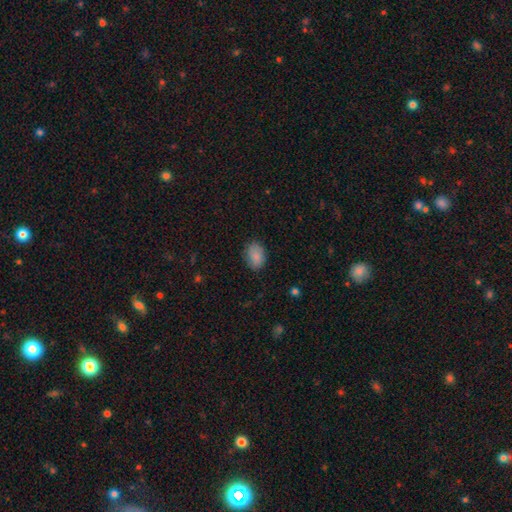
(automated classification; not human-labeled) smooth-or-featured: smooth: 84% | featured or disk: 8% | star or artifact: 7%
  how-rounded: in between: 79% | round: 20% | cigar-shaped: 1%
  merging: none: 81% | minor disturbance: 14% | major disturbance: 3% | merger: 1%